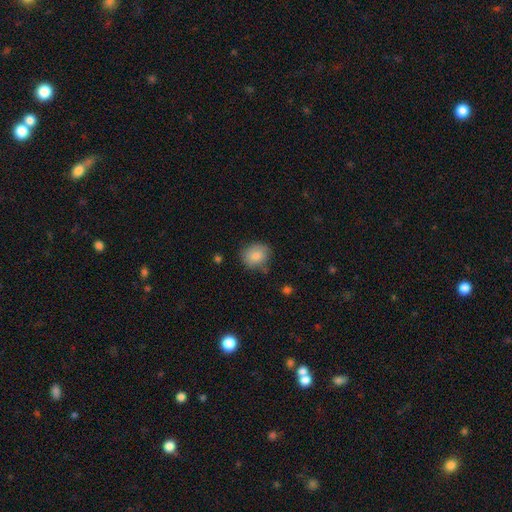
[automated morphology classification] Smooth or featured: smooth — 81% (featured or disk — 10%)
How rounded: round — 67% (in between — 32%)
Merging: none — 74% (minor disturbance — 19%)